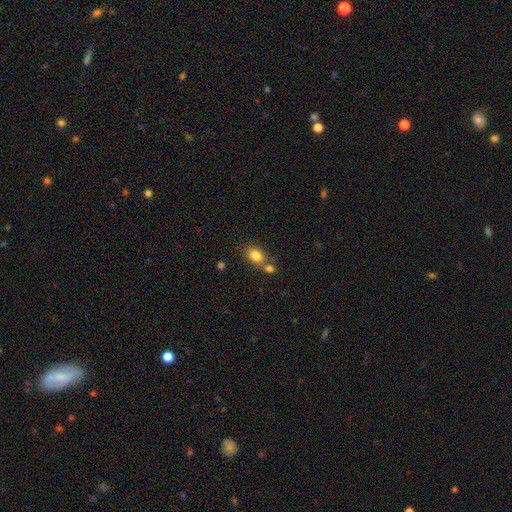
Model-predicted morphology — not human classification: Smooth or featured?
  - smooth: 83% *
  - star or artifact: 9%
  - featured or disk: 8%
How rounded?
  - in between: 66% *
  - round: 32%
  - cigar-shaped: 1%
Merging?
  - none: 54% *
  - merger: 31%
  - minor disturbance: 11%
  - major disturbance: 3%